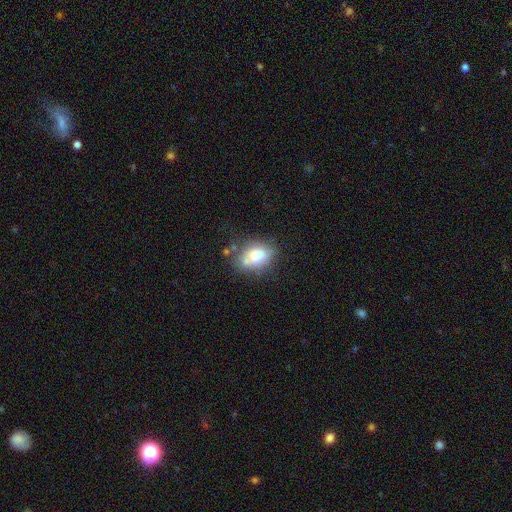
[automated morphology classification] smooth_or_featured: smooth (p=0.71) [alt: featured or disk p=0.20]
how_rounded: in between (p=0.75) [alt: round p=0.23]
merging: none (p=0.52) [alt: minor disturbance p=0.23]